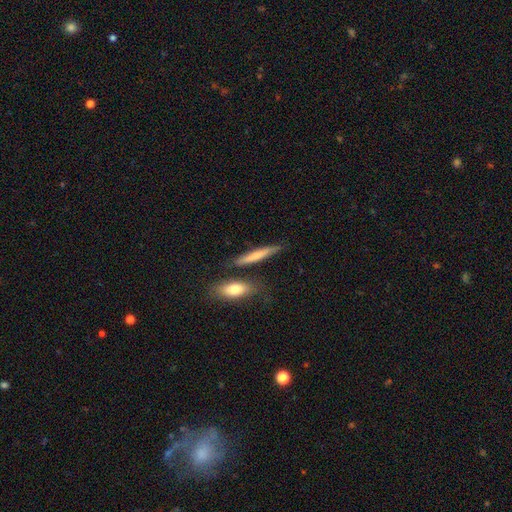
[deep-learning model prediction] This is likely a smooth galaxy (61%). How rounded: clearly cigar-shaped (87%). Merging: likely none (76%).